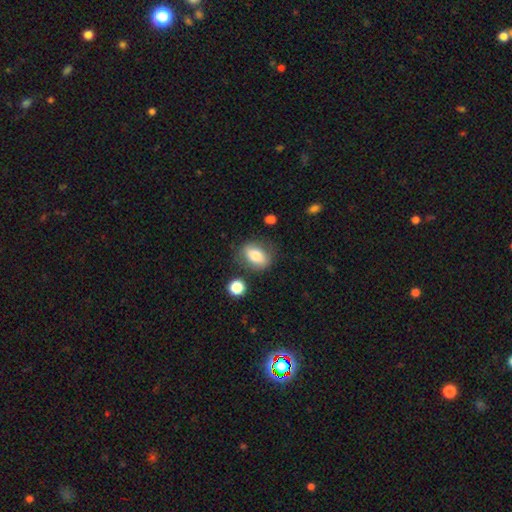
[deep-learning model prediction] This appears to be a smooth galaxy with no disk features (69%) that is in between round and cigar-shaped (76%). Merging: none (76%).